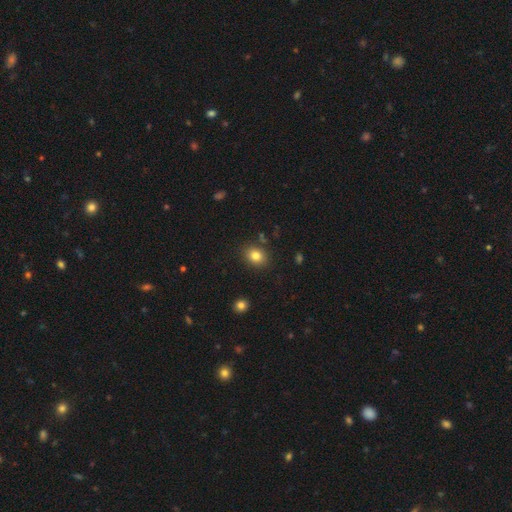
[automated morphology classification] smooth_or_featured: smooth (p=0.82) [alt: star or artifact p=0.11]
how_rounded: in between (p=0.50) [alt: round p=0.49]
merging: none (p=0.85) [alt: minor disturbance p=0.09]